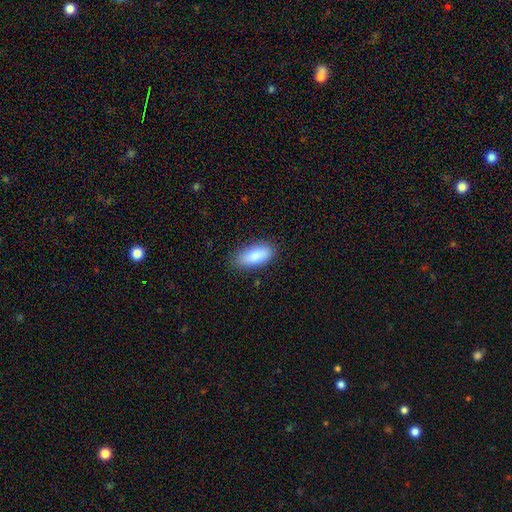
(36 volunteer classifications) Smooth or featured? 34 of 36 (94%) said smooth. How rounded? 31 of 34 (91%) said in between. Merging? 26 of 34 (76%) said none.